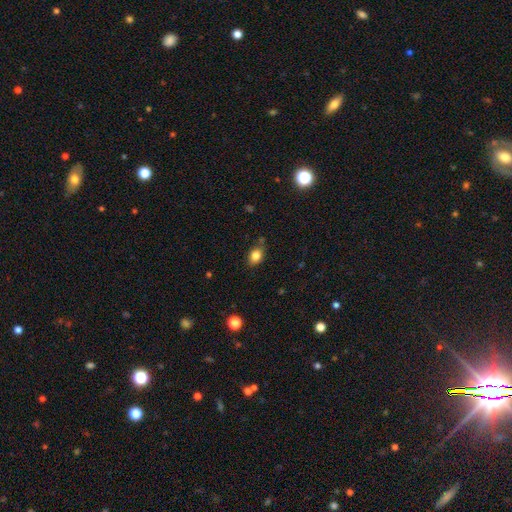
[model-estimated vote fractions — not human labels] smooth_or_featured: smooth (p=0.82) [alt: star or artifact p=0.11]
how_rounded: in between (p=0.59) [alt: round p=0.40]
merging: none (p=0.75) [alt: minor disturbance p=0.17]